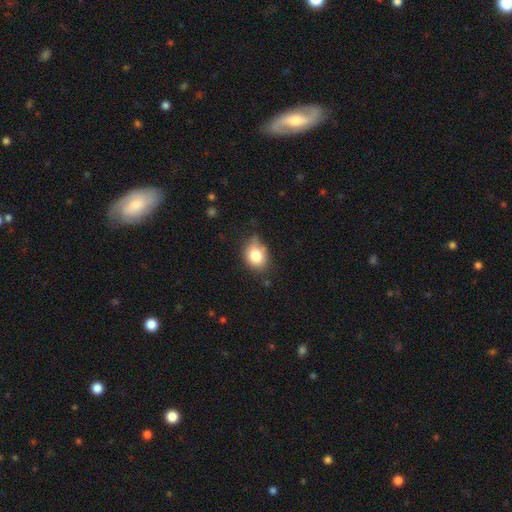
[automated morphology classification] This appears to be a smooth galaxy with no disk features (80%) that is in between round and cigar-shaped (61%). Merging: none (62%).